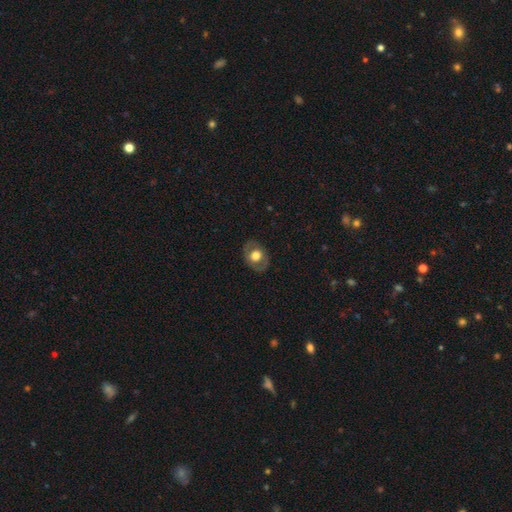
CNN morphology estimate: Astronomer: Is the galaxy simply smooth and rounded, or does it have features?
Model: smooth — 50% (runner-up: featured or disk, 43%).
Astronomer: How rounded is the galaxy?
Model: in between — 58% (runner-up: round, 41%).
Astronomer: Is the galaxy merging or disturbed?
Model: none — 81%.